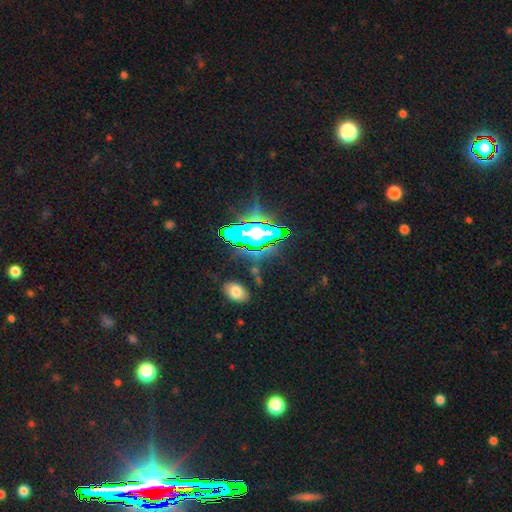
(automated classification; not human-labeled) star or artifact 73%, smooth 15%, featured or disk 13%.